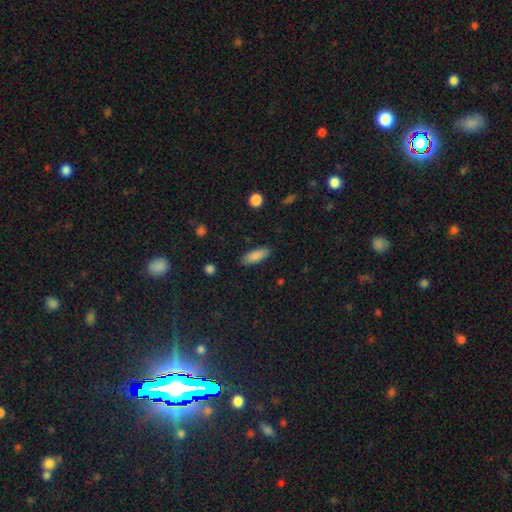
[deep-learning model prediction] smooth_or_featured: smooth (p=0.86) [alt: featured or disk p=0.08]
how_rounded: in between (p=0.66) [alt: cigar-shaped p=0.32]
merging: none (p=0.87) [alt: minor disturbance p=0.09]